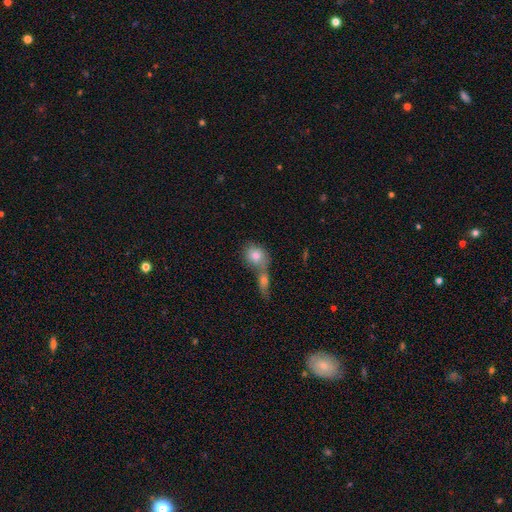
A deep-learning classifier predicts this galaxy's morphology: Smooth or featured? smooth (79%)
How rounded? round (60%)
Merging? merger (55%)